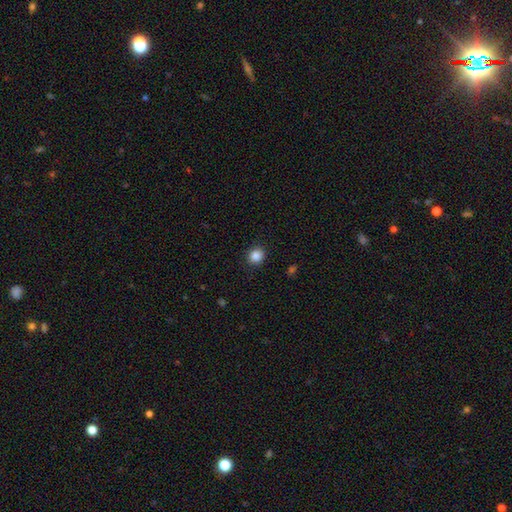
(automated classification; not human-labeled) Smooth or featured? Predicted: smooth (p=0.86). How rounded? Predicted: round (p=0.79). Merging? Predicted: none (p=0.88).